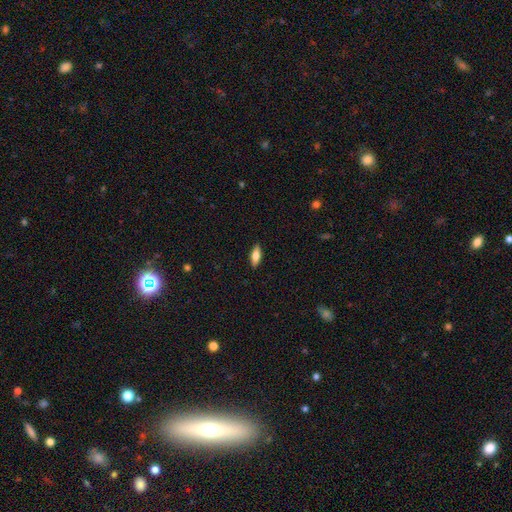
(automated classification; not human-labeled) Morphology: type=smooth (72%); roundness=in between (68%); merging=none (89%).